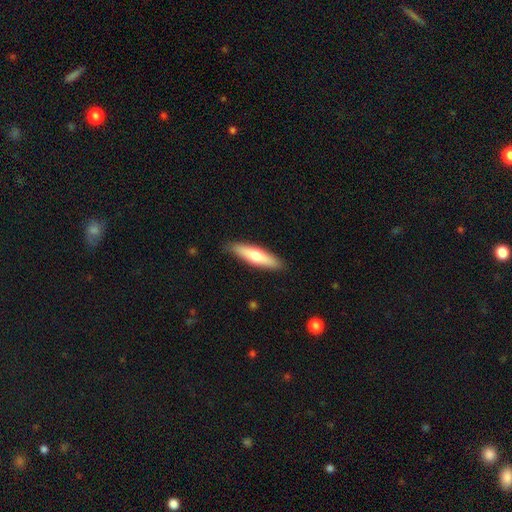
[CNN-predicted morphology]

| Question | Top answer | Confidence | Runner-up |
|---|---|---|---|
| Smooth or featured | smooth | 61% | featured or disk (33%) |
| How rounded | cigar-shaped | 73% | in between (25%) |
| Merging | none | 88% | minor disturbance (9%) |